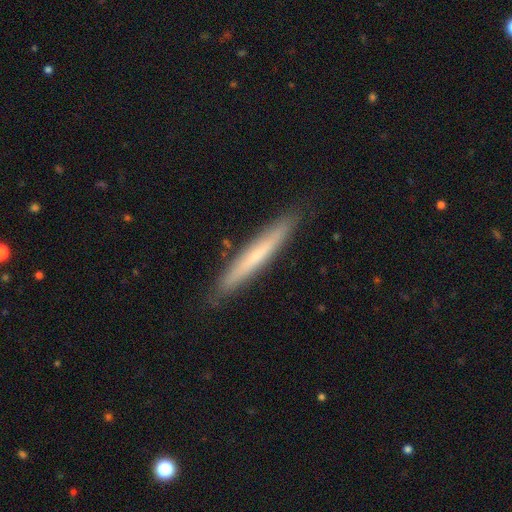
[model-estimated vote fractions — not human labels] A smooth galaxy with no disk features (52%) that is cigar-shaped (96%). Merging: none (88%).